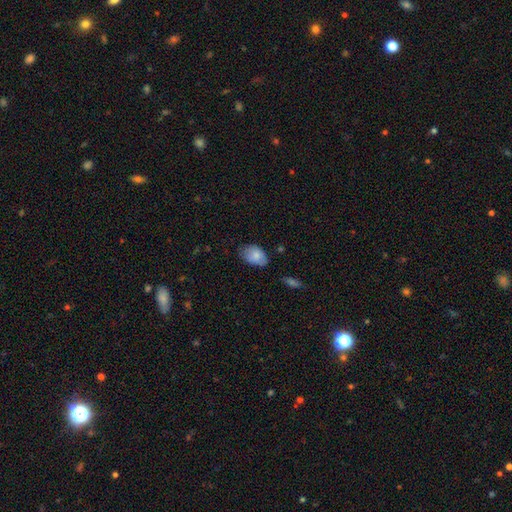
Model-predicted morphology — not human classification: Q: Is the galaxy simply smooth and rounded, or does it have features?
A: smooth — 83%.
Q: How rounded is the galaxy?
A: in between — 87%.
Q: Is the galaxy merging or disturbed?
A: none — 63%.